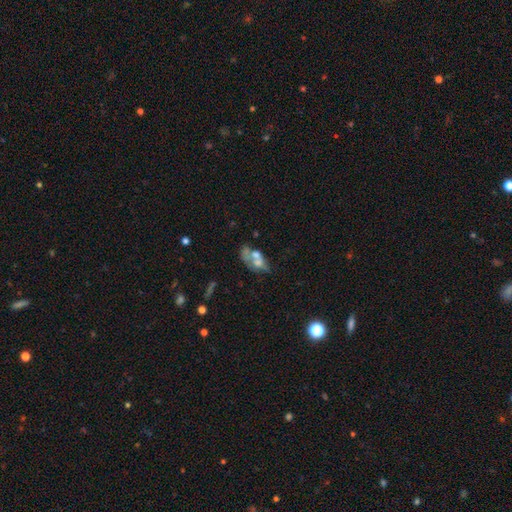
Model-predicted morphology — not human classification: Smooth or featured?
  - featured or disk: 47% *
  - smooth: 41%
  - star or artifact: 12%
Merging?
  - merger: 49% *
  - none: 21%
  - major disturbance: 18%
  - minor disturbance: 12%